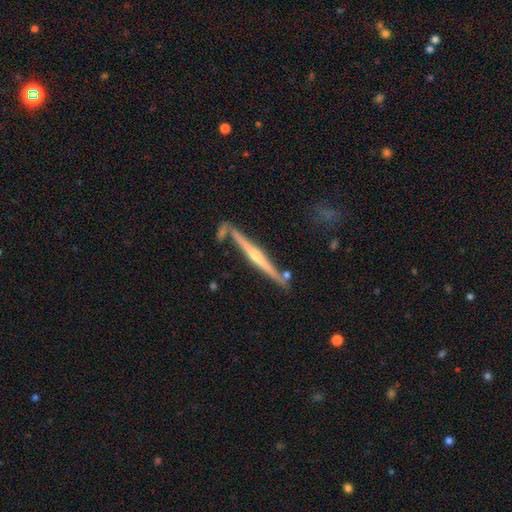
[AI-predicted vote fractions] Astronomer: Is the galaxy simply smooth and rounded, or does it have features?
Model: featured or disk — 80%.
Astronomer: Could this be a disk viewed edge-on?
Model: yes — 97%.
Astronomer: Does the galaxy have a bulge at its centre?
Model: rounded — 74%.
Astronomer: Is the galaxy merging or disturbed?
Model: none — 76%.